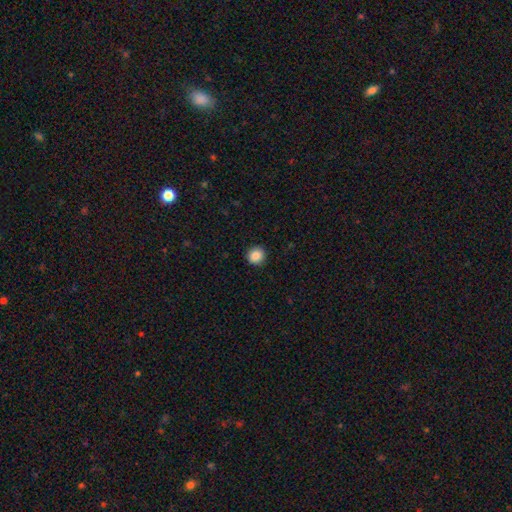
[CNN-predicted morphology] type=smooth (87%); roundness=round (90%); merging=none (92%).